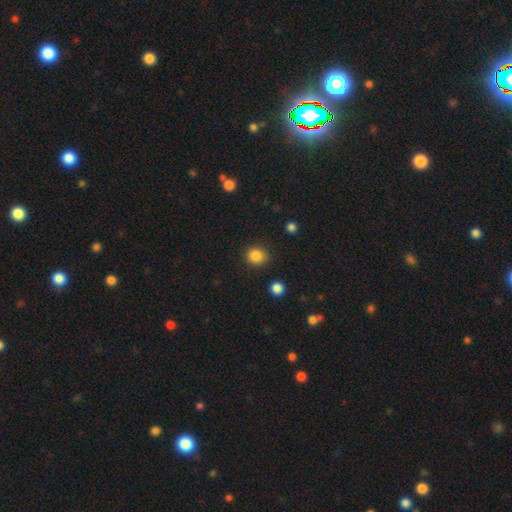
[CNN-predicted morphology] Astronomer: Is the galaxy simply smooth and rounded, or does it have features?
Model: smooth — 86%.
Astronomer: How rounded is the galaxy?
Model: round — 83%.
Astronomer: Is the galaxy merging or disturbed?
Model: none — 86%.